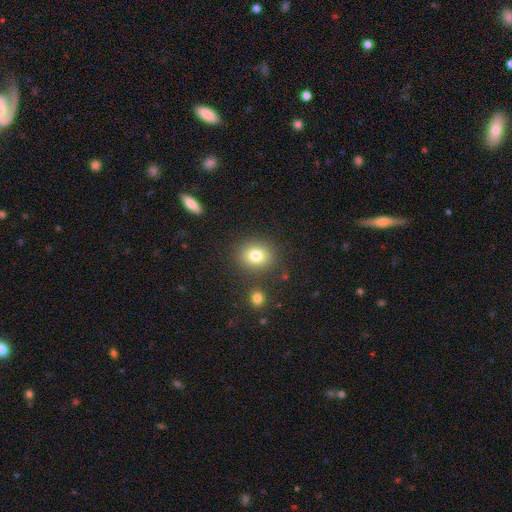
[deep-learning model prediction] Q: Smooth or featured?
A: smooth (79%); runner-up: star or artifact (12%)
Q: How rounded?
A: round (70%); runner-up: in between (29%)
Q: Merging?
A: none (83%); runner-up: minor disturbance (9%)